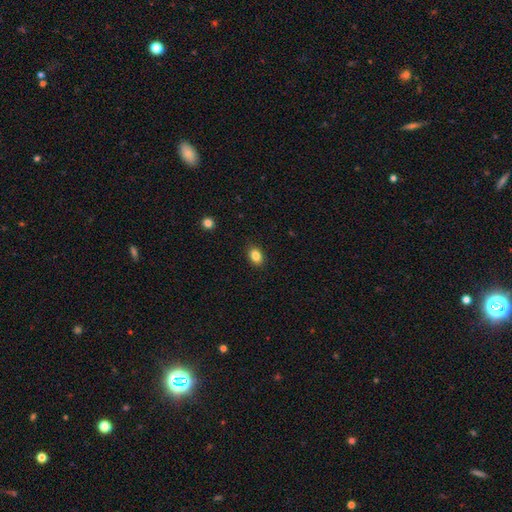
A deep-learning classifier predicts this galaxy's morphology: Smooth or featured: smooth — 85% (star or artifact — 10%)
How rounded: in between — 75% (round — 23%)
Merging: none — 89% (minor disturbance — 8%)